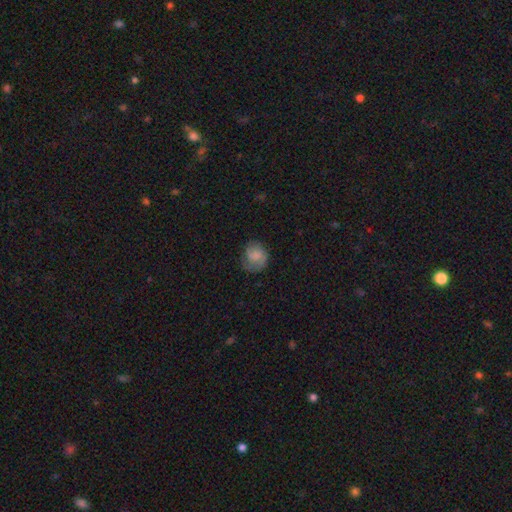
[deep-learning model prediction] smooth-or-featured: smooth: 64% | featured or disk: 27% | star or artifact: 8%
  how-rounded: round: 70% | in between: 29% | cigar-shaped: 1%
  merging: none: 56% | minor disturbance: 27% | major disturbance: 15% | merger: 1%